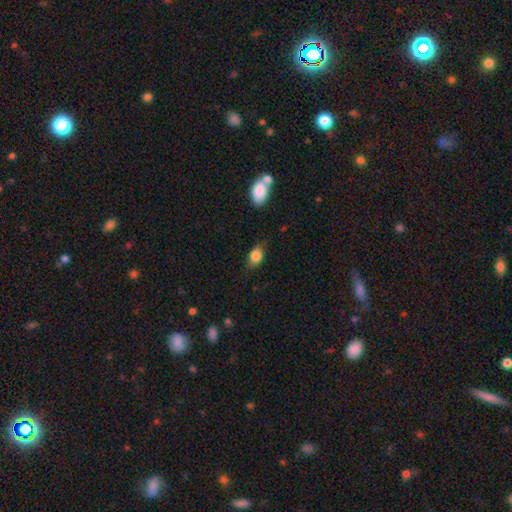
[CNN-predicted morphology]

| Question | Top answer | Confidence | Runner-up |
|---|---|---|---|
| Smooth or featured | smooth | 83% | featured or disk (9%) |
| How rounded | in between | 79% | round (17%) |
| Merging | none | 74% | minor disturbance (20%) |